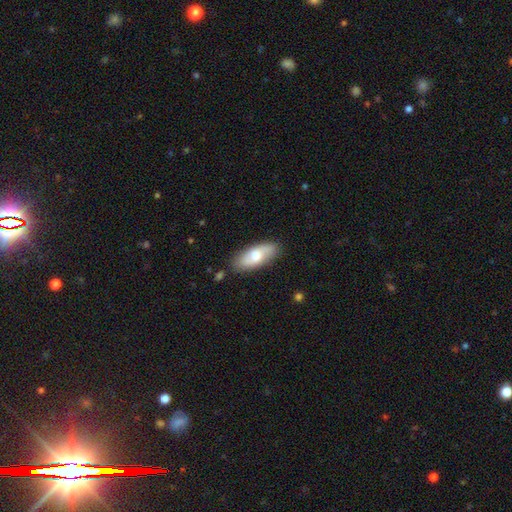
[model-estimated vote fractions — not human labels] smooth_or_featured: smooth (p=0.65) [alt: featured or disk p=0.30]
how_rounded: in between (p=0.80) [alt: cigar-shaped p=0.17]
merging: none (p=0.84) [alt: minor disturbance p=0.12]